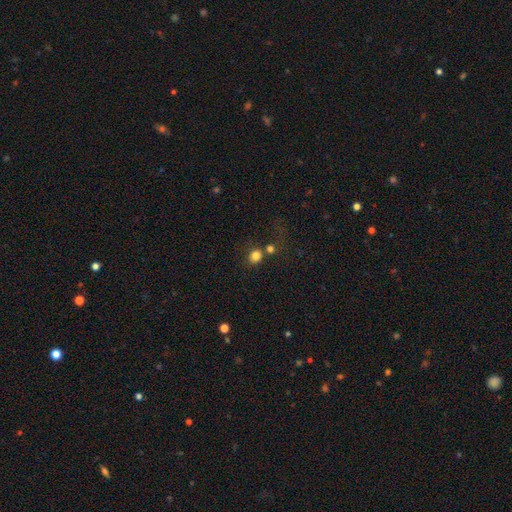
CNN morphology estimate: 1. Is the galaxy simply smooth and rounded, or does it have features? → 81% smooth, 13% star or artifact, 6% featured or disk.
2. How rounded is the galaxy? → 81% round, 18% in between, 1% cigar-shaped.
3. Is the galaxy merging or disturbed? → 65% none, 21% merger, 9% minor disturbance, 5% major disturbance.